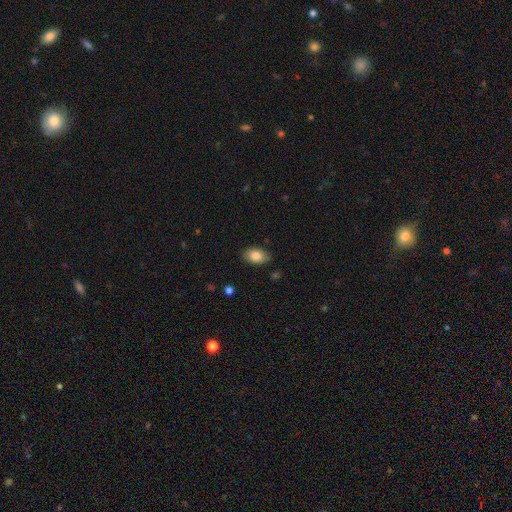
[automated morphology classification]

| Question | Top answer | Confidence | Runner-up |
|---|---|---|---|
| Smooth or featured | smooth | 85% | featured or disk (8%) |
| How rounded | in between | 90% | round (8%) |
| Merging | none | 84% | minor disturbance (12%) |